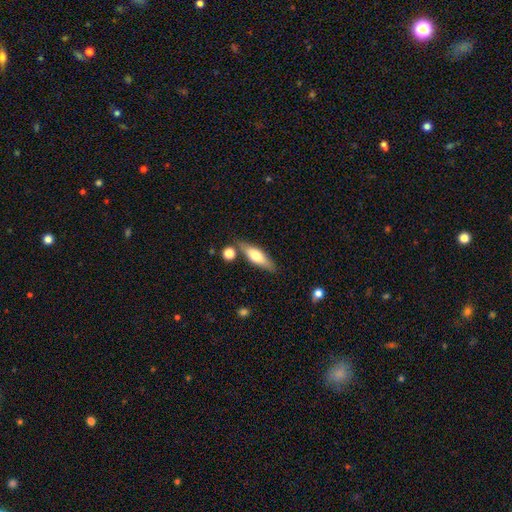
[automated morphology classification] smooth 55%, featured or disk 38%, star or artifact 6%. Down the decision tree: how rounded — cigar-shaped (54%); merging — none (75%).